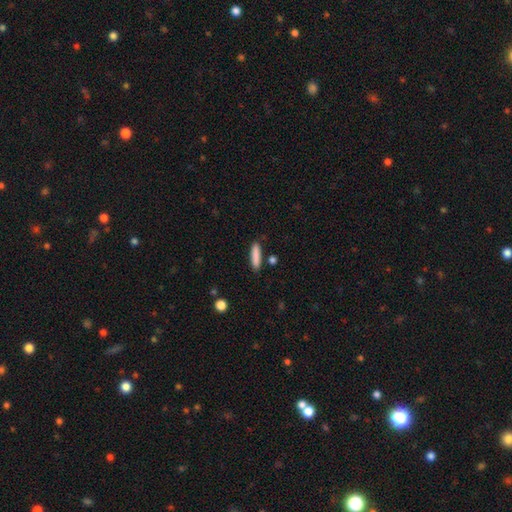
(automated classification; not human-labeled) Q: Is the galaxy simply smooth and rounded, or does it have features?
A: smooth — 86%.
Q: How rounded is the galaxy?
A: cigar-shaped — 79%.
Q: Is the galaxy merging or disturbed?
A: none — 85%.